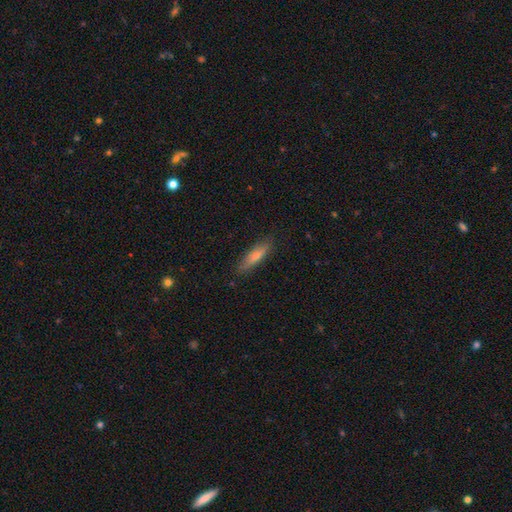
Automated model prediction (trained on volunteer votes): This appears to be a smooth galaxy with no disk features (65%) that is cigar-shaped (78%). Merging: none (86%).